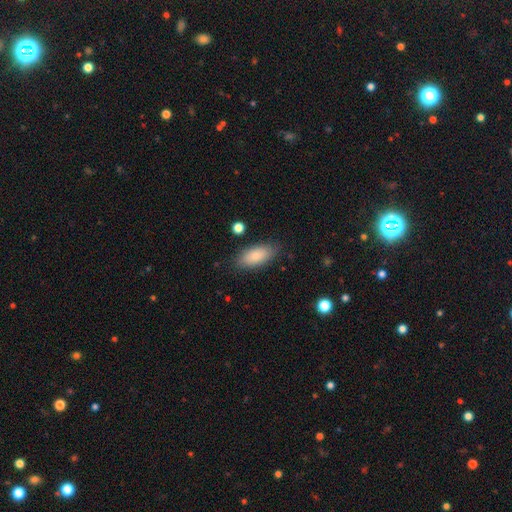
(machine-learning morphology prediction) Smooth or featured?
  - smooth: 84% *
  - featured or disk: 10%
  - star or artifact: 6%
How rounded?
  - in between: 88% *
  - cigar-shaped: 10%
  - round: 3%
Merging?
  - none: 81% *
  - minor disturbance: 14%
  - major disturbance: 3%
  - merger: 2%